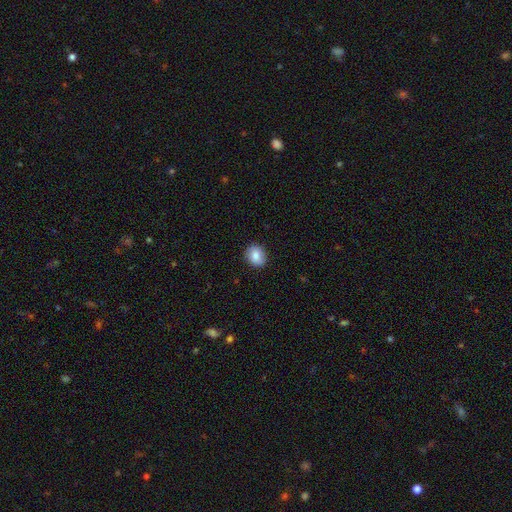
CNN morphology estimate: smooth-or-featured: smooth: 83% | featured or disk: 9% | star or artifact: 8%
  how-rounded: round: 65% | in between: 34% | cigar-shaped: 1%
  merging: none: 87% | minor disturbance: 9% | major disturbance: 2% | merger: 1%